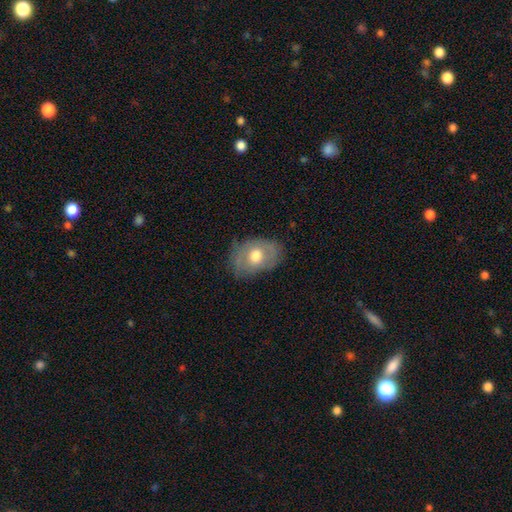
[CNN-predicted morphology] Smooth or featured?
  - smooth: 58% *
  - featured or disk: 35%
  - star or artifact: 7%
How rounded?
  - in between: 76% *
  - round: 23%
  - cigar-shaped: 1%
Merging?
  - none: 68% *
  - minor disturbance: 23%
  - major disturbance: 8%
  - merger: 1%